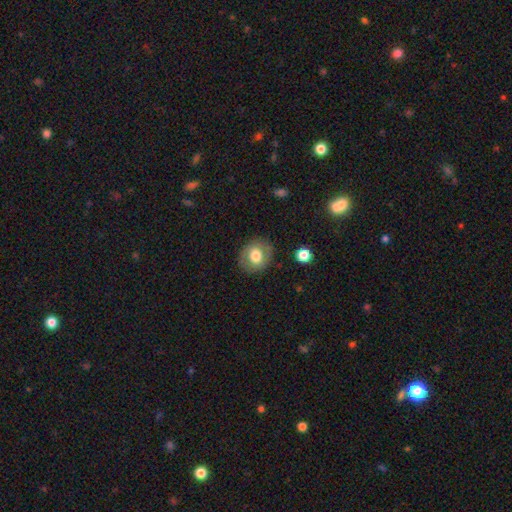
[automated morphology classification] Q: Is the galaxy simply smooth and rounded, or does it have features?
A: smooth — 70%.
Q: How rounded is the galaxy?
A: round — 67%.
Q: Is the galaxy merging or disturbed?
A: none — 85%.